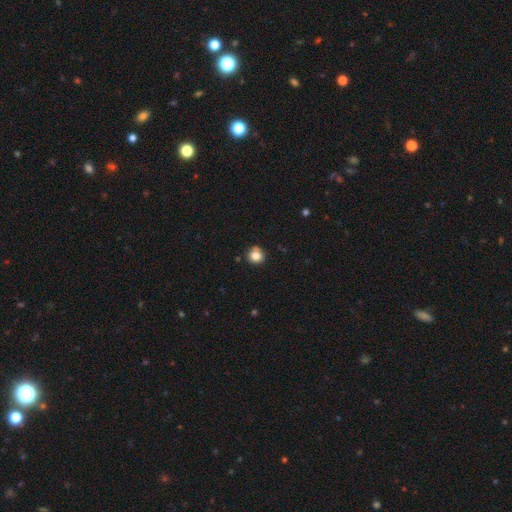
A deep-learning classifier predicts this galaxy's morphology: smooth 82%, star or artifact 11%, featured or disk 6%. Down the decision tree: how rounded — round (90%); merging — none (78%).